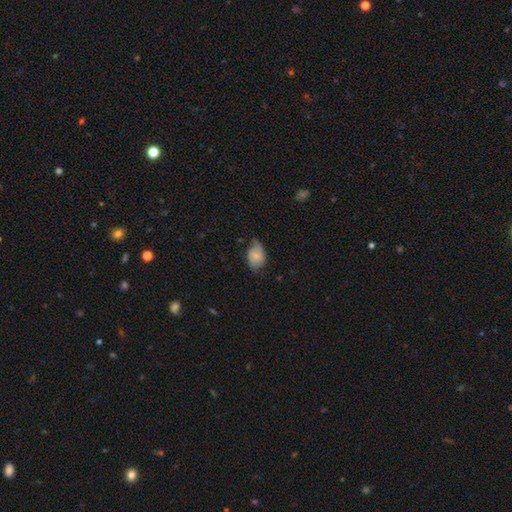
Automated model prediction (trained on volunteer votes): A smooth galaxy with no disk features (62%) that is in between round and cigar-shaped (81%). Merging: none (45%).